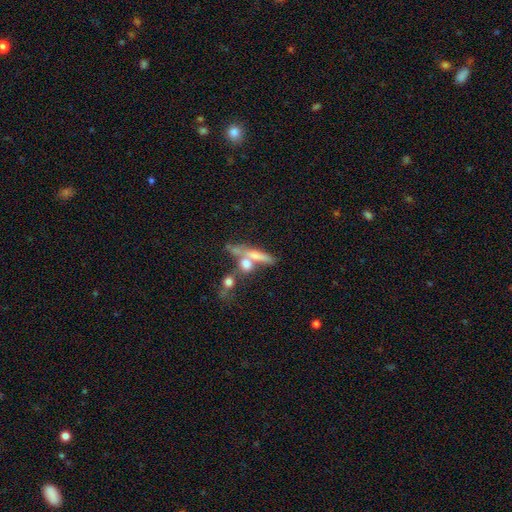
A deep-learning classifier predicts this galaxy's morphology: A smooth galaxy with no disk features (56%) that is cigar-shaped (62%). Merging: merger (41%).